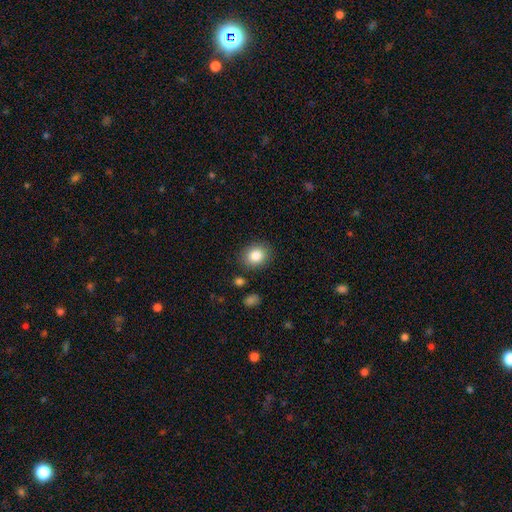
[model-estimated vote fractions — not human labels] smooth 84%, star or artifact 9%, featured or disk 7%. Down the decision tree: how rounded — round (60%); merging — none (87%).